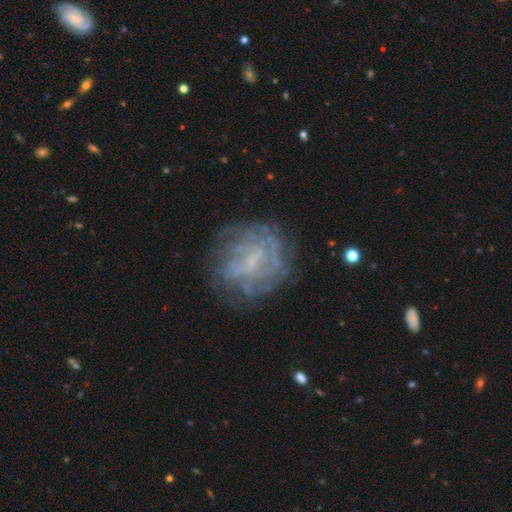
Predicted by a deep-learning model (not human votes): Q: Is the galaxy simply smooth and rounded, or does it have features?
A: featured or disk — 62%.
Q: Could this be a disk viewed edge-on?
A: no — 97%.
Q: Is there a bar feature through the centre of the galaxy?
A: no — 42%, tied with weak.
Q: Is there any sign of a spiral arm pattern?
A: yes — 56%.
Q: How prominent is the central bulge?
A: none — 43%.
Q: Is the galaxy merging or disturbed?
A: none — 71%.